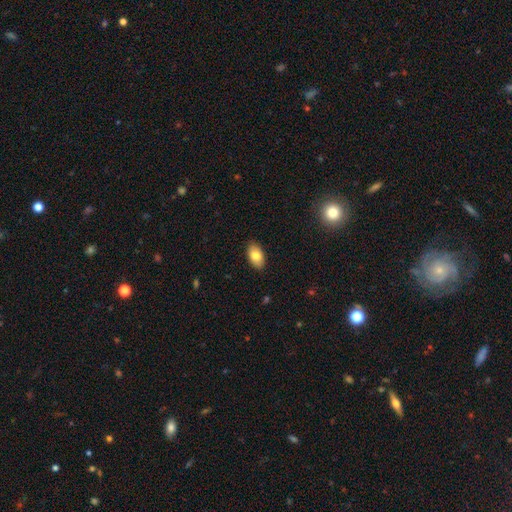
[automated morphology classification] Overall: smooth (80%). How rounded: in between (94%). Merging: none (88%).